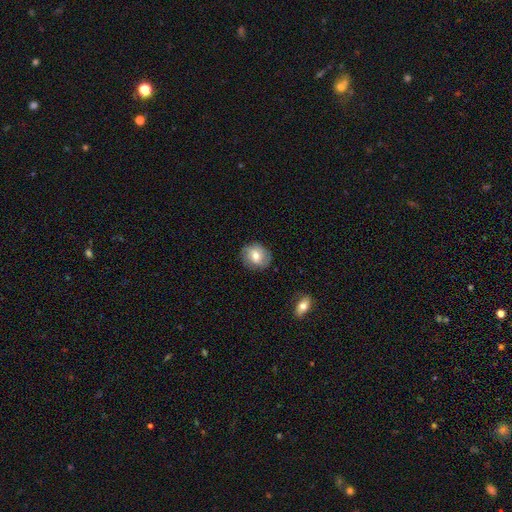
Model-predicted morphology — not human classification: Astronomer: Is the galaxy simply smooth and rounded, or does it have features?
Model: smooth — 62%.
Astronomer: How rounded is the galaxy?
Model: round — 74%.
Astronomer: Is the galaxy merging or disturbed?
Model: none — 82%.